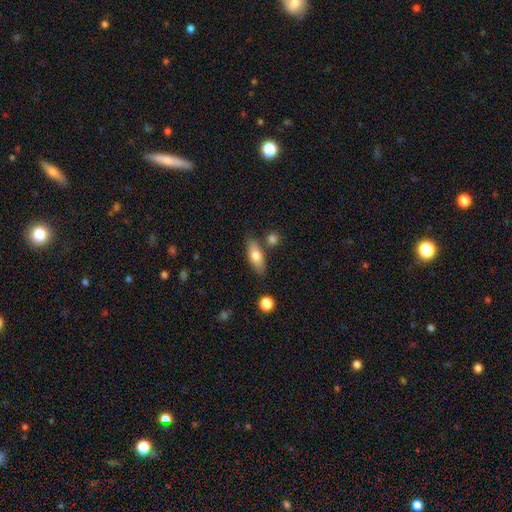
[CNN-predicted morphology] The model was most divided on "how rounded": in between: 72%, cigar-shaped: 25%, round: 4%. More confident: merging — none (74%); smooth or featured — smooth (71%).